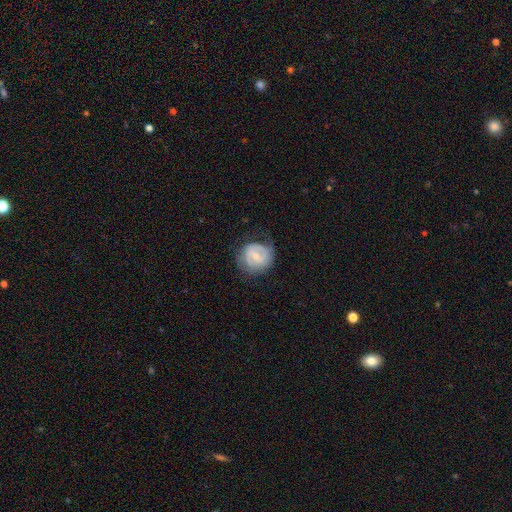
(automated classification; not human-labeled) A featured or disk galaxy (61%) with a weak bar (52%), spiral arms (77%) and a small central bulge (59%). Merging: none (61%).